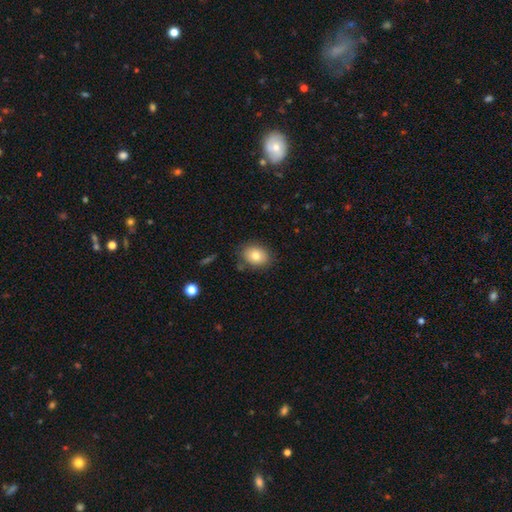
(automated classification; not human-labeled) Overall: smooth (79%). How rounded: in between (63%; round 36%). Merging: none (82%).